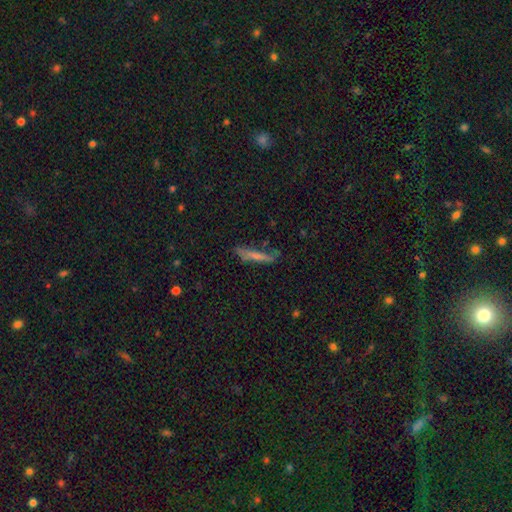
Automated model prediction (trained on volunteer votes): Overall: smooth (65%). How rounded: cigar-shaped (89%). Merging: none (66%).